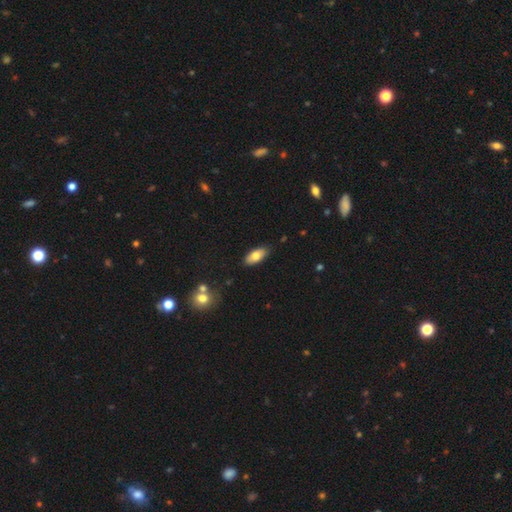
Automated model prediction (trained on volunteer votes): Q: Smooth or featured?
A: smooth (75%); runner-up: featured or disk (18%)
Q: How rounded?
A: in between (86%); runner-up: cigar-shaped (12%)
Q: Merging?
A: none (85%); runner-up: minor disturbance (11%)